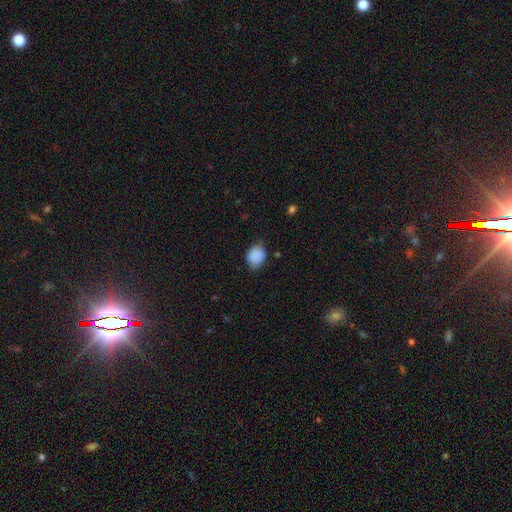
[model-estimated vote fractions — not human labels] smooth 88%, star or artifact 8%, featured or disk 4%. Down the decision tree: how rounded — in between (56%); merging — none (74%).